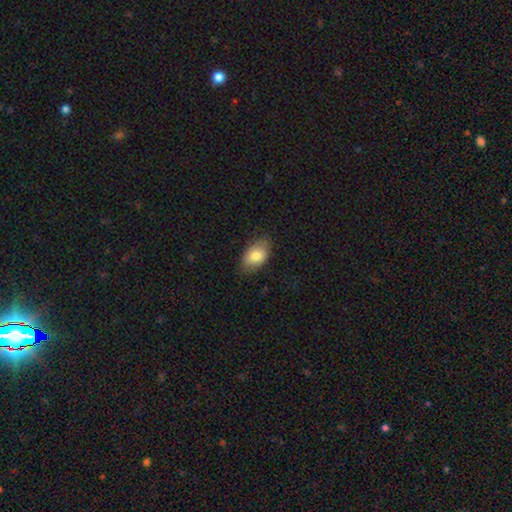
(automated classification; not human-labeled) smooth 80%, featured or disk 13%, star or artifact 7%. Down the decision tree: how rounded — in between (91%); merging — none (78%).